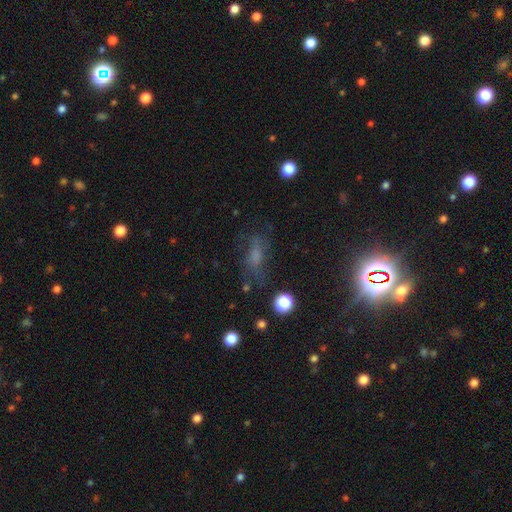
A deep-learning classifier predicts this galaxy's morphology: smooth_or_featured: smooth (p=0.45) [alt: star or artifact p=0.29]
merging: none (p=0.57) [alt: minor disturbance p=0.22]